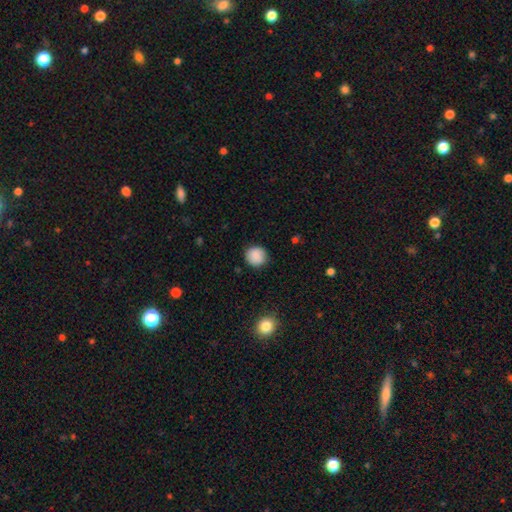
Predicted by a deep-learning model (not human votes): Smooth or featured: smooth — 88% (star or artifact — 8%)
How rounded: round — 89% (in between — 10%)
Merging: none — 86% (minor disturbance — 10%)